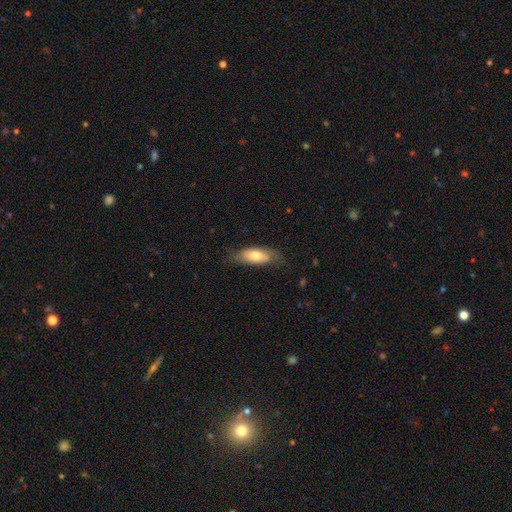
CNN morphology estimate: A smooth galaxy with no disk features (66%) that is in between round and cigar-shaped (71%).

Vote fractions:
- Smooth or featured? smooth: 66% / featured or disk: 28% / star or artifact: 6%
- How rounded? in between: 71% / cigar-shaped: 26% / round: 3%
- Merging? none: 68% / minor disturbance: 24% / major disturbance: 7% / merger: 1%